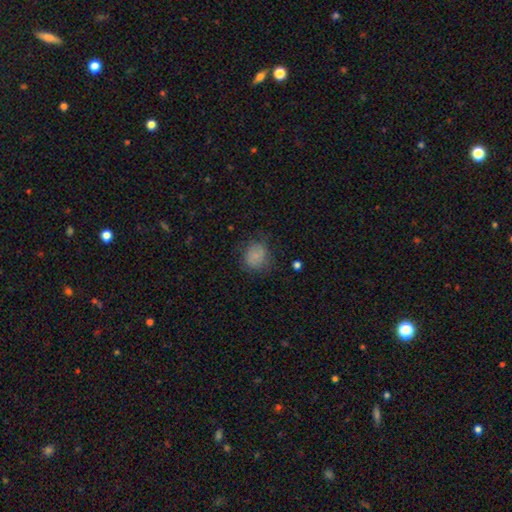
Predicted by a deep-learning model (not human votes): smooth-or-featured: smooth: 81% | star or artifact: 10% | featured or disk: 9%
  how-rounded: round: 74% | in between: 25% | cigar-shaped: 1%
  merging: none: 72% | minor disturbance: 19% | major disturbance: 8% | merger: 1%